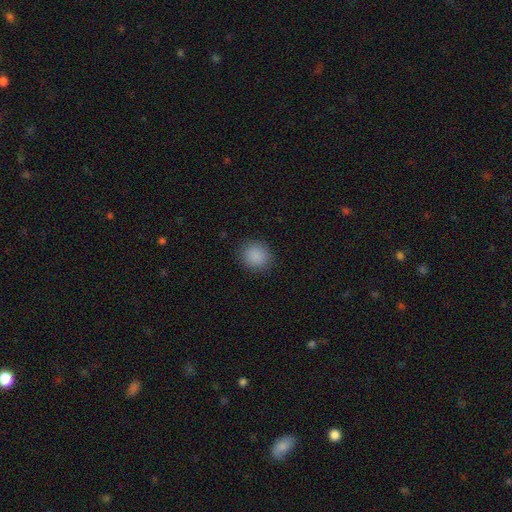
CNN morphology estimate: Q: Smooth or featured?
A: smooth (88%); runner-up: star or artifact (9%)
Q: How rounded?
A: round (82%); runner-up: in between (17%)
Q: Merging?
A: none (87%); runner-up: minor disturbance (9%)